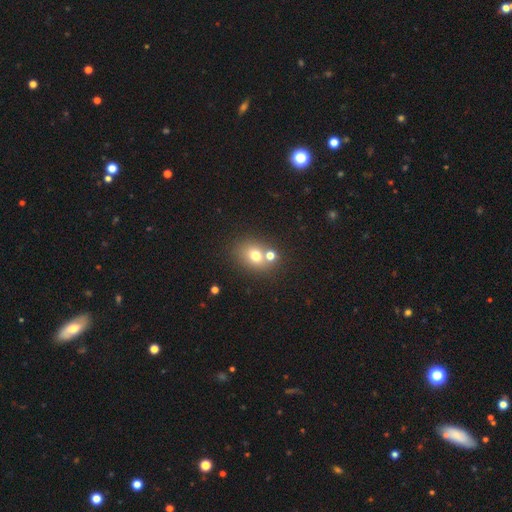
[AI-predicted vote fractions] Overall: smooth (71%). How rounded: round (58%; in between 41%). Merging: none (58%; merger 29%).